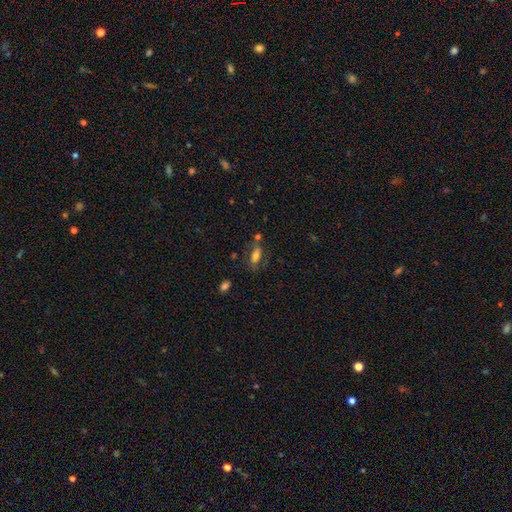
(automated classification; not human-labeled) Smooth or featured?
  - smooth: 62% *
  - featured or disk: 28%
  - star or artifact: 10%
How rounded?
  - in between: 80% *
  - cigar-shaped: 15%
  - round: 5%
Merging?
  - none: 56% *
  - minor disturbance: 19%
  - merger: 13%
  - major disturbance: 12%